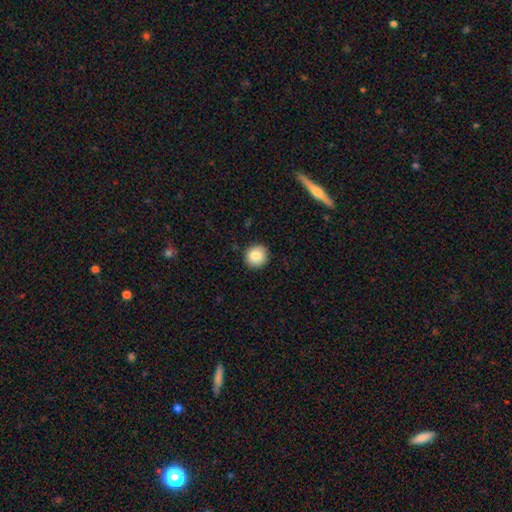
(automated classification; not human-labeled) A smooth galaxy with no disk features (85%) that is round (90%). Merging: none (89%).